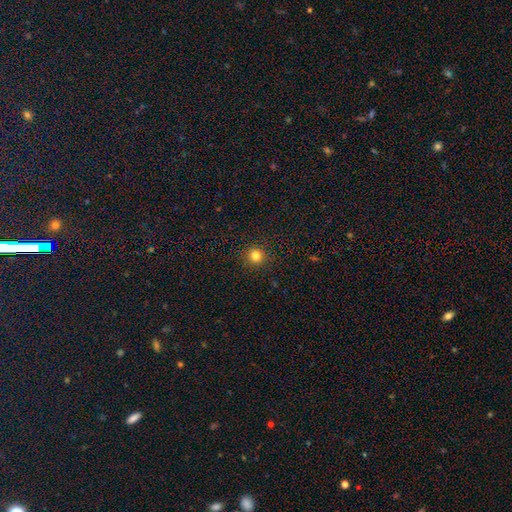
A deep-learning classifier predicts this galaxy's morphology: type=smooth (81%); roundness=round (92%); merging=none (92%).